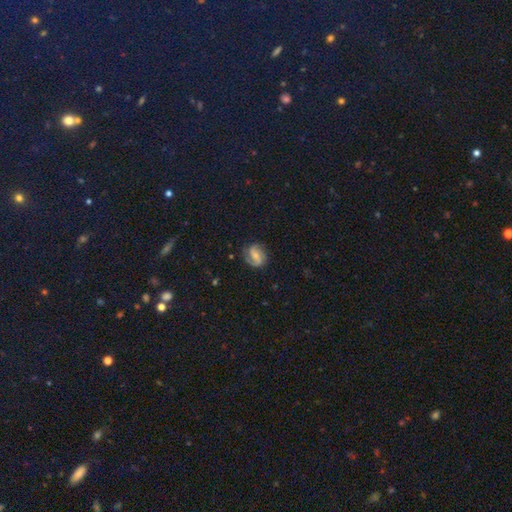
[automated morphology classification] Smooth or featured? Predicted: featured or disk (p=0.76). Edge-on disk? Predicted: no (p=0.98). Bar? Predicted: weak (p=0.45). Spiral arms? Predicted: yes (p=0.95). Spiral winding? Predicted: medium (p=0.48). Spiral arm count? Predicted: 2 (p=0.84). Bulge size? Predicted: small (p=0.54). Merging? Predicted: none (p=0.78).